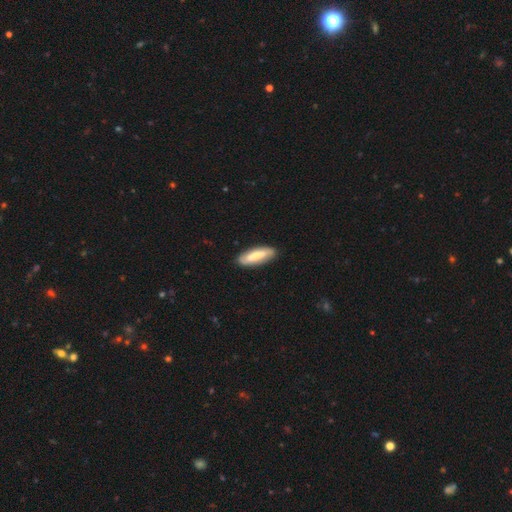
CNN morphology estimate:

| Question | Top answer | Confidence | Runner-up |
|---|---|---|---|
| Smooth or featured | smooth | 63% | featured or disk (31%) |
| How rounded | in between | 58% | cigar-shaped (40%) |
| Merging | none | 86% | minor disturbance (11%) |